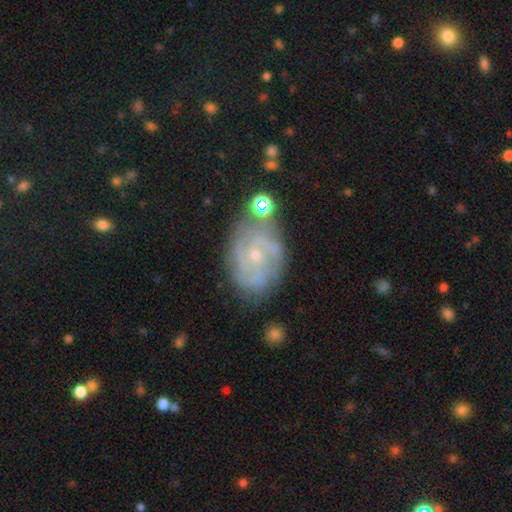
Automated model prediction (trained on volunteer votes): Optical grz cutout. It shows a featured or disk galaxy (82%) with no bar (64%), 3 (27%) tight (53%) spiral arms (94%) and a small central bulge (75%). Merging: none (69%).